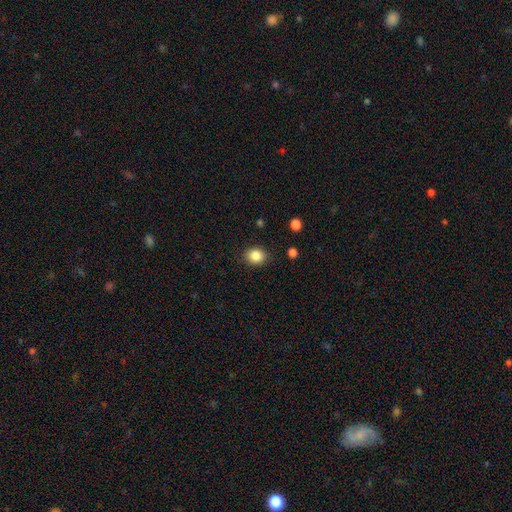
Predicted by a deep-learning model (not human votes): This is clearly a smooth galaxy (86%). How rounded: likely round (61%). Merging: clearly none (86%).